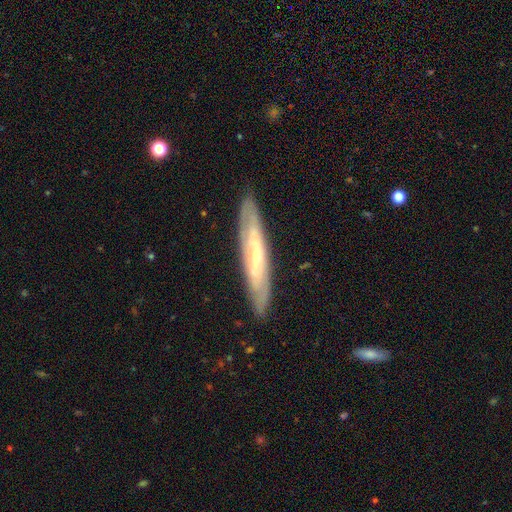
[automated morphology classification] featured or disk 64%, smooth 30%, star or artifact 6%. Down the decision tree: edge-on disk — yes (60%); merging — none (85%).